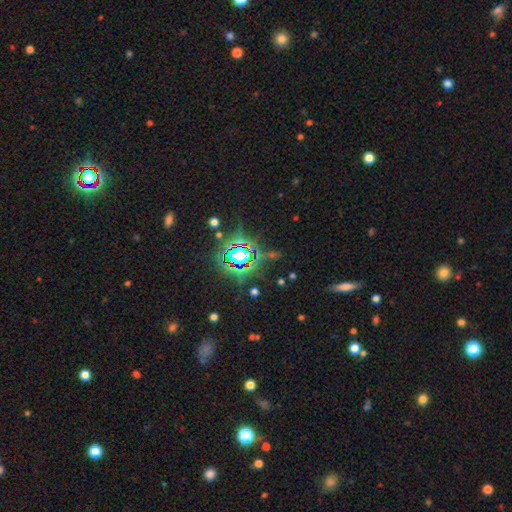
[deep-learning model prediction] Overall: star or artifact (79%).